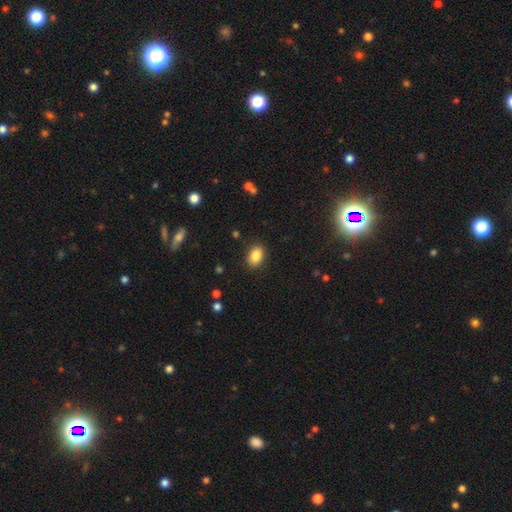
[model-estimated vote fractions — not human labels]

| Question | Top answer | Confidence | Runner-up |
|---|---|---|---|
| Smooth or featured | smooth | 86% | star or artifact (9%) |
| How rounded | in between | 79% | round (20%) |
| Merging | none | 87% | minor disturbance (9%) |